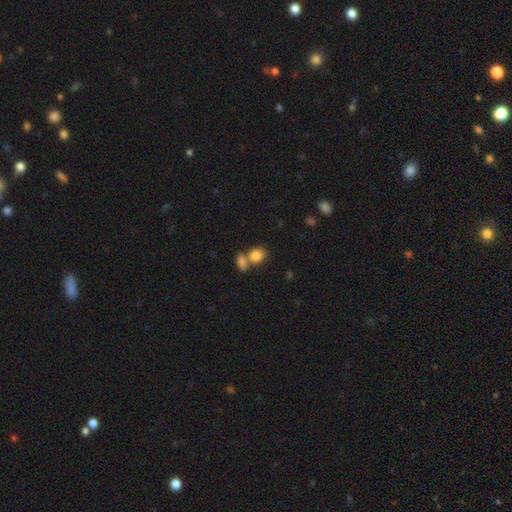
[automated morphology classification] smooth 84%, star or artifact 9%, featured or disk 7%. Down the decision tree: how rounded — round (52%); merging — merger (47%).